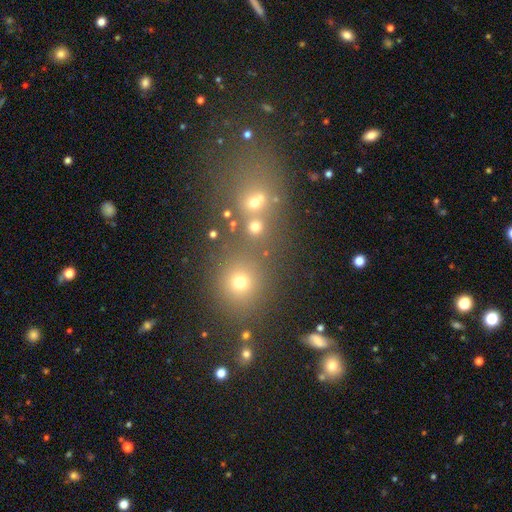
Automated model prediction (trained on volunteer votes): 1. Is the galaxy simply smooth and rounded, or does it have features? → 46% smooth, 42% star or artifact, 12% featured or disk.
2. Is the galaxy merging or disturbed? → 55% none, 33% merger, 8% minor disturbance, 4% major disturbance.